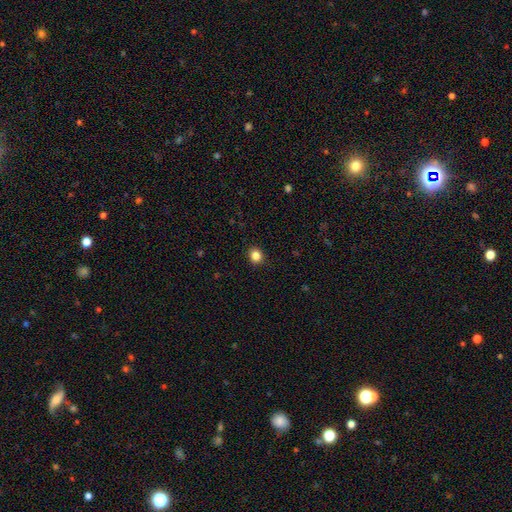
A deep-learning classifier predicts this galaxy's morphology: Smooth or featured? smooth (85%)
How rounded? round (77%)
Merging? none (91%)